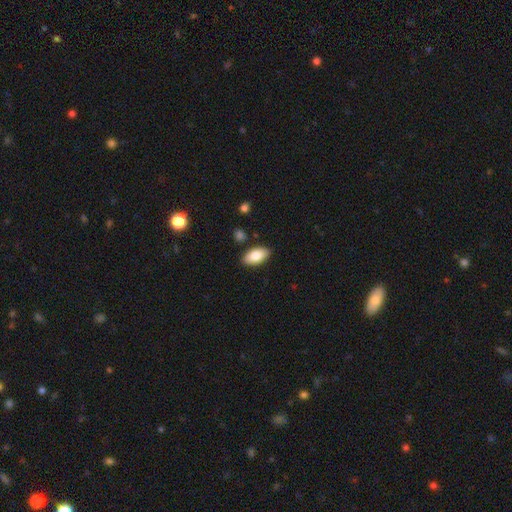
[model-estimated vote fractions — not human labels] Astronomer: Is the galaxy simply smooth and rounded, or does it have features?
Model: smooth — 83%.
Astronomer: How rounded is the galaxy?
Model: in between — 93%.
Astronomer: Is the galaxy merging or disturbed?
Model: none — 86%.